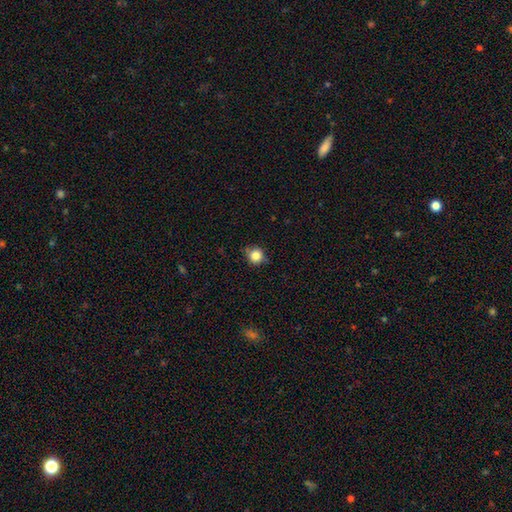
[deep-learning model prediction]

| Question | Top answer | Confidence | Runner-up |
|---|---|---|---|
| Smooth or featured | smooth | 82% | star or artifact (11%) |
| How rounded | round | 90% | in between (9%) |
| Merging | none | 81% | minor disturbance (15%) |